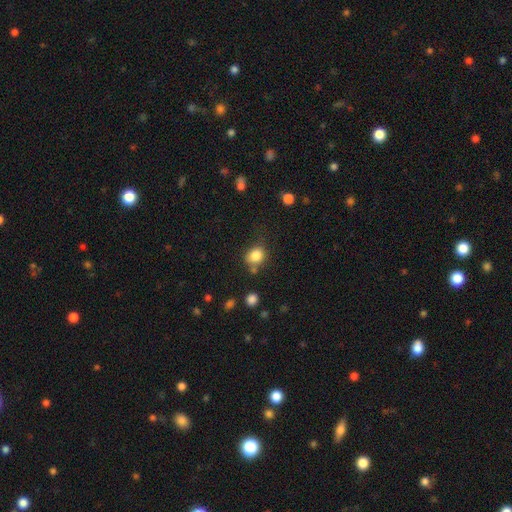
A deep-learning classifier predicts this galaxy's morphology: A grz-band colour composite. It shows a smooth galaxy with no disk features (83%) that is round (68%). Merging: none (64%).